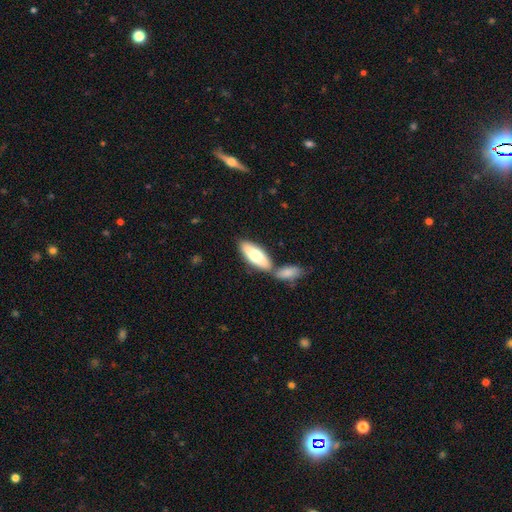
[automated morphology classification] type=smooth (72%); roundness=in between (72%); merging=none (56%).